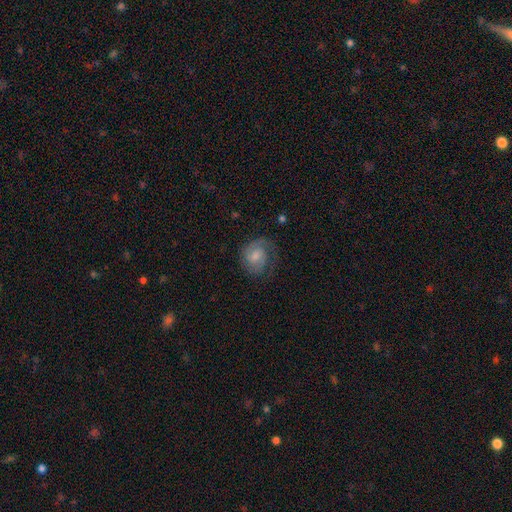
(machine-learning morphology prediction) This appears to be a featured or disk galaxy (66%) with no bar (53%), 2 (61%) tight (45%) spiral arms (93%) and a moderate central bulge (41%). Merging: none (65%).